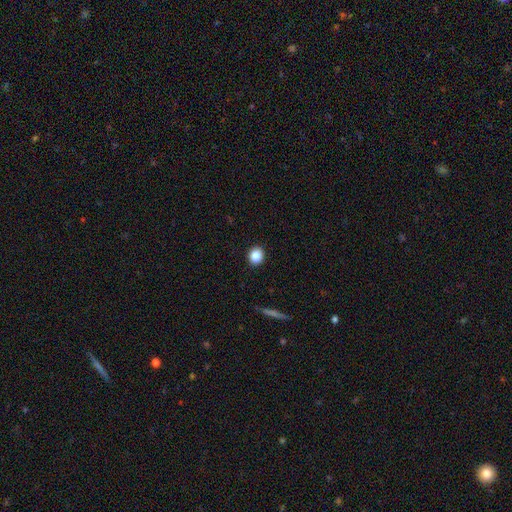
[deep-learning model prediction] Smooth or featured: smooth — 87% (star or artifact — 9%)
How rounded: round — 77% (in between — 22%)
Merging: none — 92% (minor disturbance — 6%)